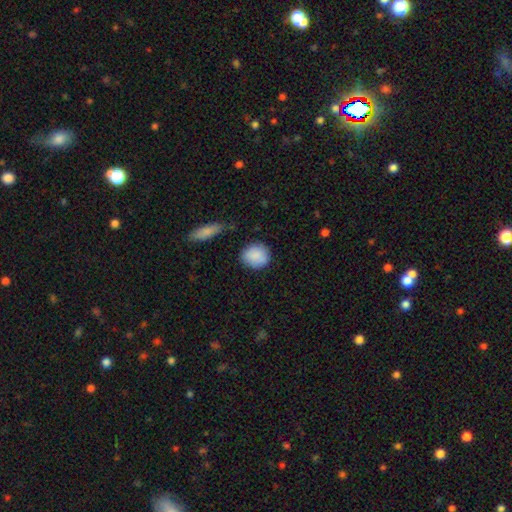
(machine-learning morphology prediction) smooth 88%, star or artifact 7%, featured or disk 5%. Down the decision tree: how rounded — round (78%); merging — none (79%).